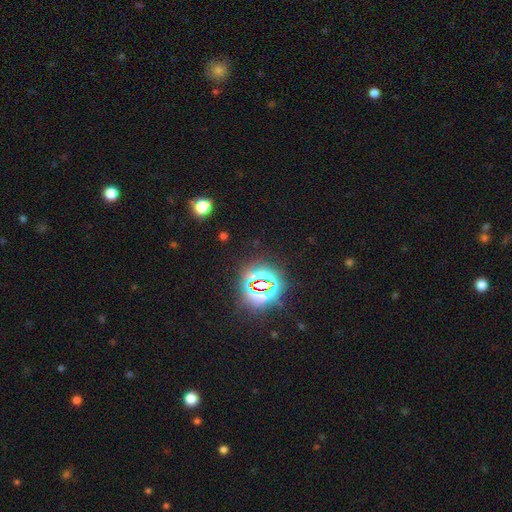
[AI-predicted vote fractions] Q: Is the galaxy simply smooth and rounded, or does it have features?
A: star or artifact — 80%.